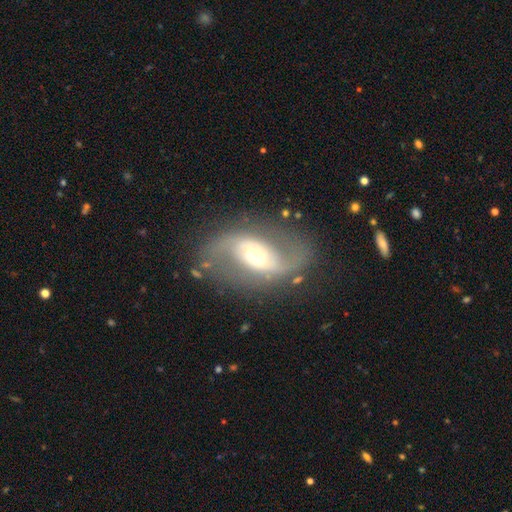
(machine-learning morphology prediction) A featured or disk galaxy (86%) with a weak bar (39%), 2 (92%) loose (46%) spiral arms (93%) and a moderate central bulge (66%).

Vote fractions:
- Smooth or featured? featured or disk: 86% / smooth: 8% / star or artifact: 5%
- Edge-on disk? no: 97% / yes: 3%
- Bar? weak: 39% / no: 36% / strong: 25%
- Spiral arms? yes: 93% / no: 7%
- Spiral winding? loose: 46% / medium: 43% / tight: 11%
- Spiral arm count? 2: 92% / can't tell: 3% / 1: 2% / 3: 1% / 4: 1% / more than 4: 1%
- Bulge size? moderate: 66% / small: 16% / large: 15% / dominant: 2% / none: 1%
- Merging? none: 75% / minor disturbance: 14% / major disturbance: 9% / merger: 2%